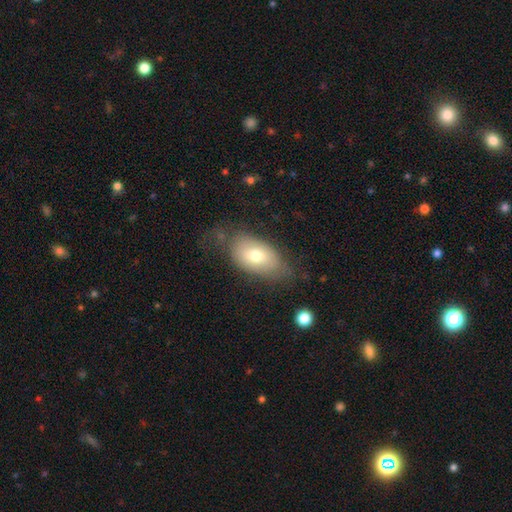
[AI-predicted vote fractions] Smooth or featured? smooth (70%)
How rounded? in between (90%)
Merging? none (58%)